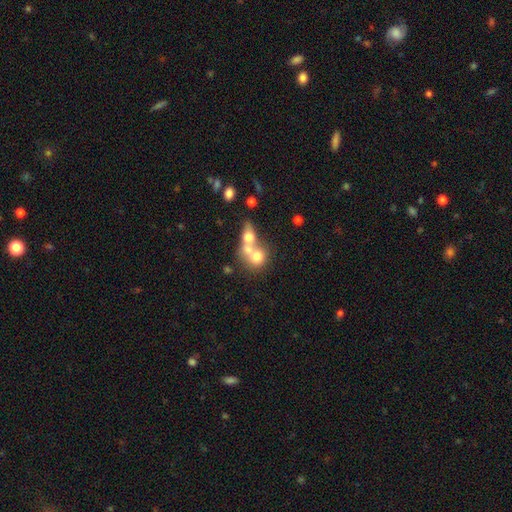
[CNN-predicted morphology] A smooth galaxy with no disk features (62%) that is round (70%).

Vote fractions:
- Smooth or featured? smooth: 62% / featured or disk: 27% / star or artifact: 11%
- How rounded? round: 70% / in between: 29% / cigar-shaped: 2%
- Merging? merger: 67% / none: 22% / minor disturbance: 6% / major disturbance: 5%